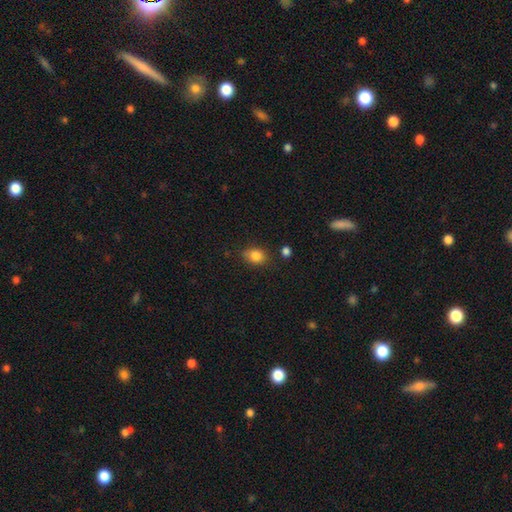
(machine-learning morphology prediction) This appears to be a smooth galaxy with no disk features (84%) that is in between round and cigar-shaped (61%). Merging: none (70%).